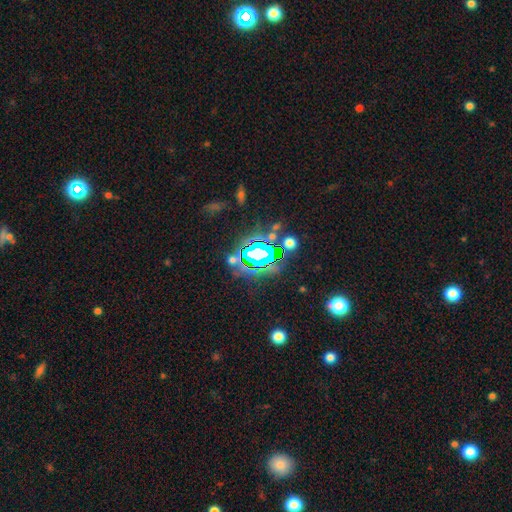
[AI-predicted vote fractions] Smooth or featured? Predicted: star or artifact (p=0.68).